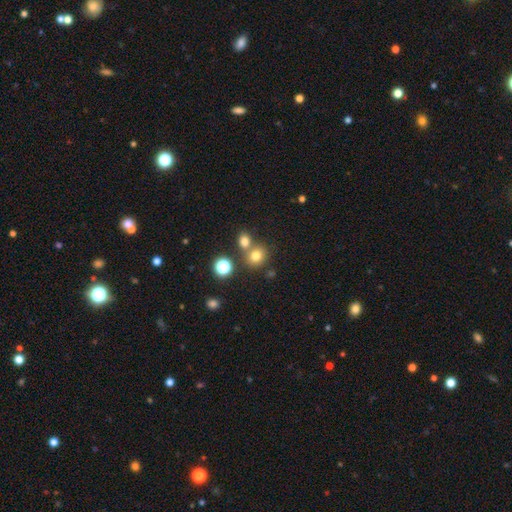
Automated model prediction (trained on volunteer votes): Overall: smooth (76%). How rounded: round (75%). Merging: none (58%; merger 30%).